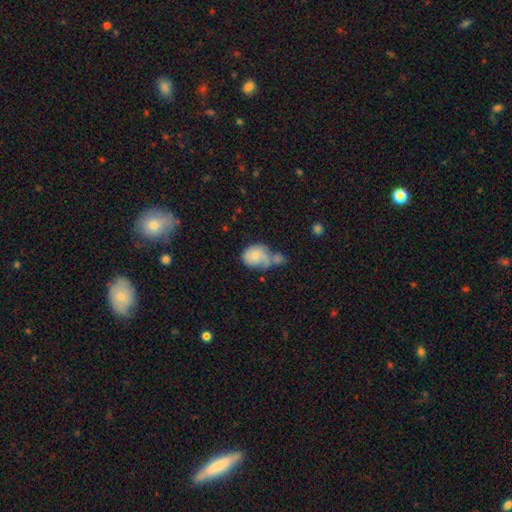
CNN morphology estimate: Smooth or featured? Predicted: smooth (p=0.60). How rounded? Predicted: in between (p=0.50). Merging? Predicted: merger (p=0.43).